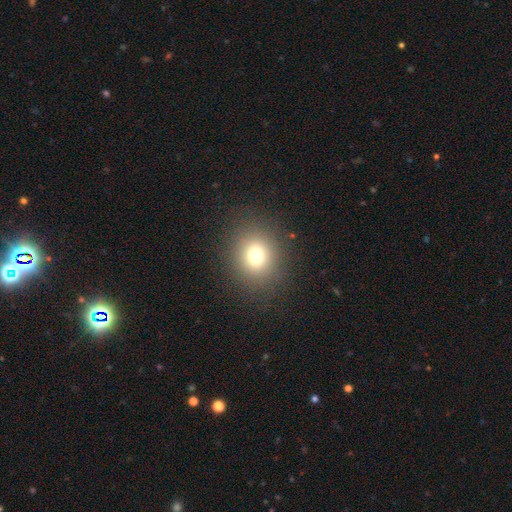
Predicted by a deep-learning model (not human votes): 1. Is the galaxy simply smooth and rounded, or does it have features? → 74% smooth, 16% star or artifact, 10% featured or disk.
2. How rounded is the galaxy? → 74% round, 25% in between, 1% cigar-shaped.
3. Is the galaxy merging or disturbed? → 86% none, 8% minor disturbance, 5% major disturbance, 1% merger.